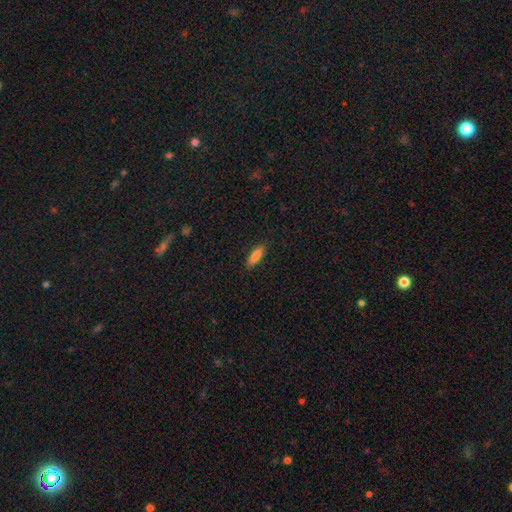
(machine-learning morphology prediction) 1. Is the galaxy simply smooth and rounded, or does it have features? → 85% smooth, 8% featured or disk, 7% star or artifact.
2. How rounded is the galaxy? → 51% cigar-shaped, 47% in between, 2% round.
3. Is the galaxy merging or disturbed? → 87% none, 9% minor disturbance, 2% major disturbance, 1% merger.